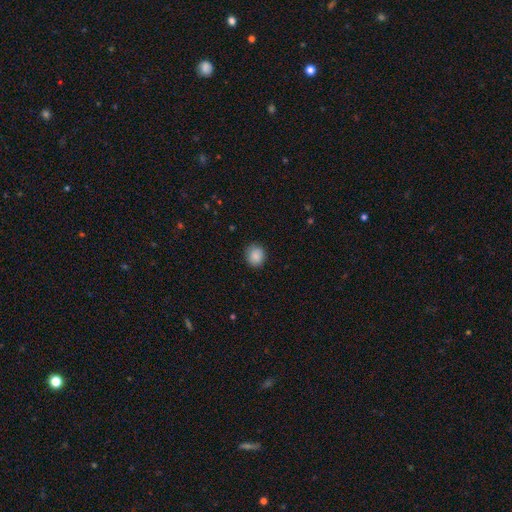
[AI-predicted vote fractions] Smooth or featured? smooth (88%)
How rounded? round (78%)
Merging? none (84%)